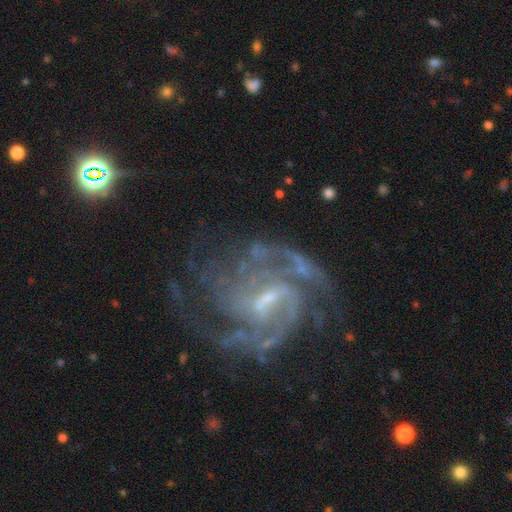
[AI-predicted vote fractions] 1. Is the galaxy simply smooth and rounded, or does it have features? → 86% featured or disk, 8% star or artifact, 6% smooth.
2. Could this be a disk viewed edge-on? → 97% no, 3% yes.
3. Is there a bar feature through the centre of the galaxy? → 50% weak, 29% strong, 21% no.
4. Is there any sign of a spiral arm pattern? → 94% yes, 6% no.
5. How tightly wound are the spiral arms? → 44% medium, 39% tight, 18% loose.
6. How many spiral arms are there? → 26% can't tell, 25% 2, 20% 3, 12% 4, 8% more than 4, 8% 1.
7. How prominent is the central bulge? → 57% small, 26% moderate, 13% none, 3% large, 1% dominant.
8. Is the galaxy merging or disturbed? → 54% none, 23% major disturbance, 18% minor disturbance, 6% merger.